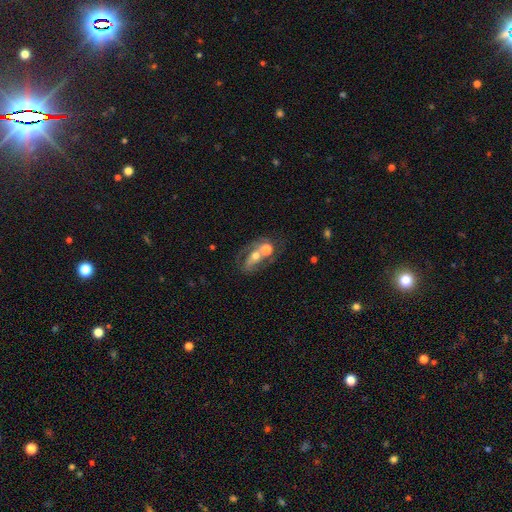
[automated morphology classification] Q: Smooth or featured?
A: featured or disk (60%); runner-up: smooth (30%)
Q: Edge-on disk?
A: no (95%); runner-up: yes (5%)
Q: Bar?
A: no (59%); runner-up: weak (26%)
Q: Spiral arms?
A: yes (73%); runner-up: no (27%)
Q: Bulge size?
A: moderate (61%); runner-up: small (19%)
Q: Merging?
A: merger (45%); runner-up: none (29%)